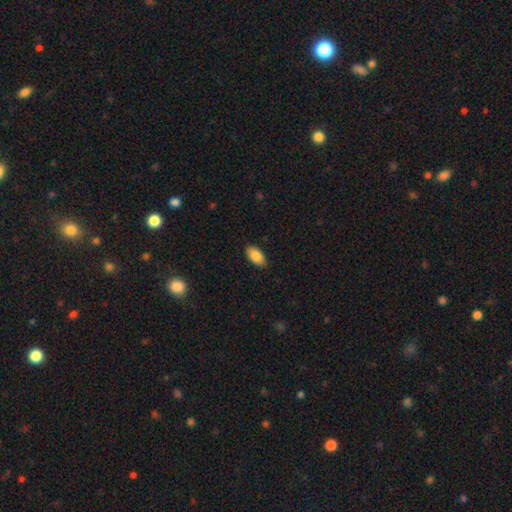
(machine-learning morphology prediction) type=smooth (87%); roundness=in between (94%); merging=none (87%).